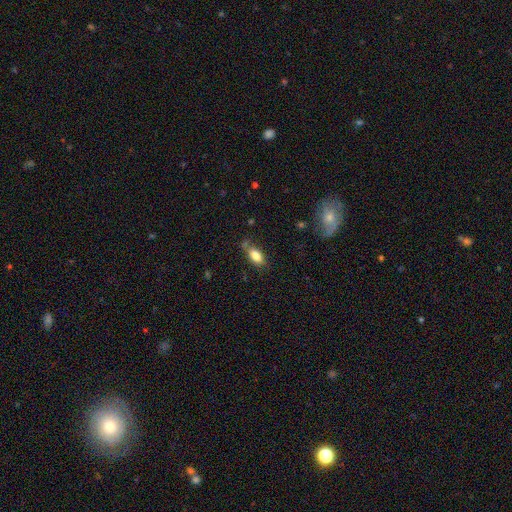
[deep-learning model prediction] Smooth or featured?
  - smooth: 83% *
  - featured or disk: 9%
  - star or artifact: 8%
How rounded?
  - in between: 88% *
  - cigar-shaped: 8%
  - round: 4%
Merging?
  - none: 68% *
  - minor disturbance: 21%
  - merger: 6%
  - major disturbance: 5%